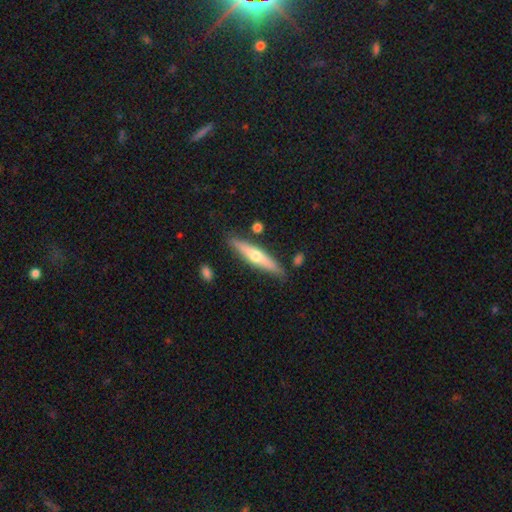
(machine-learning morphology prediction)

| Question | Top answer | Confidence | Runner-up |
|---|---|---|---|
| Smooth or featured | featured or disk | 55% | smooth (40%) |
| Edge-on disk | yes | 92% | no (8%) |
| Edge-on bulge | rounded | 89% | none (8%) |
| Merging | none | 84% | minor disturbance (10%) |